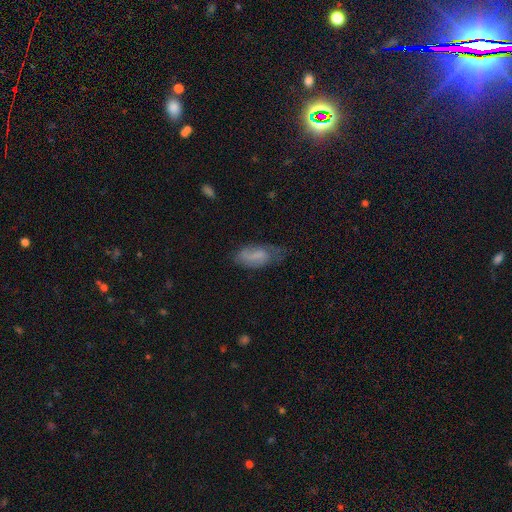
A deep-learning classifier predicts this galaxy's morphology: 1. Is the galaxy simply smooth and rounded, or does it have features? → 54% smooth, 37% featured or disk, 9% star or artifact.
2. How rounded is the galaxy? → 86% in between, 11% cigar-shaped, 4% round.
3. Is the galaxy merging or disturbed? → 50% none, 32% minor disturbance, 16% major disturbance, 2% merger.